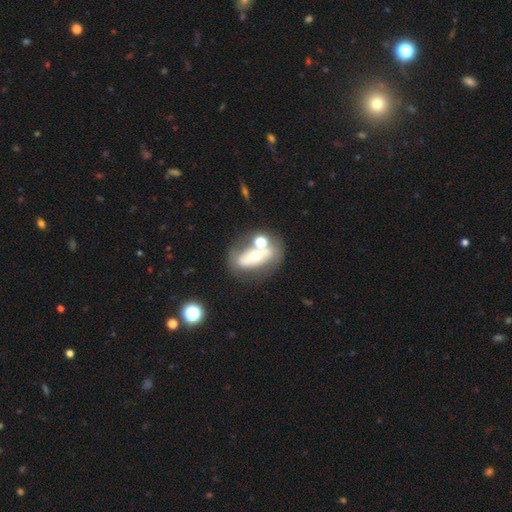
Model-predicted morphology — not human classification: smooth-or-featured: featured or disk: 54% | smooth: 35% | star or artifact: 11%
  disk-edge-on: no: 84% | yes: 16%
  merging: none: 44% | merger: 29% | minor disturbance: 15% | major disturbance: 11%